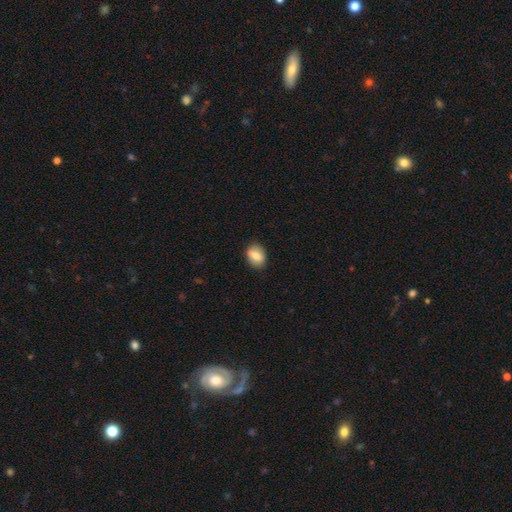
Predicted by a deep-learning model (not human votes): Smooth or featured? Predicted: smooth (p=0.81). How rounded? Predicted: in between (p=0.64). Merging? Predicted: none (p=0.85).